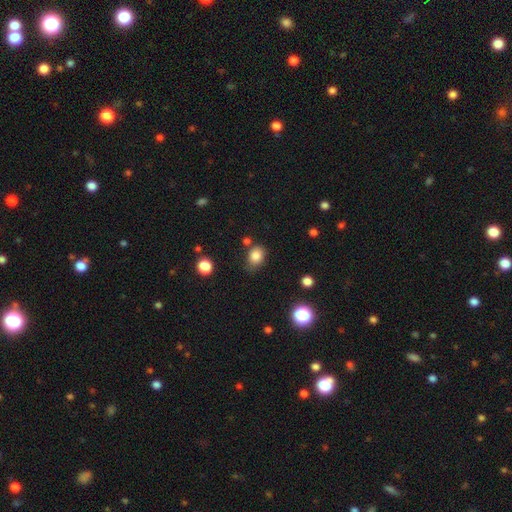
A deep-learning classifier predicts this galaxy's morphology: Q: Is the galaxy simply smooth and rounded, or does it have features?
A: smooth — 84%.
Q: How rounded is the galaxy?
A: in between — 58%.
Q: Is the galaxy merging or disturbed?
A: none — 65%.